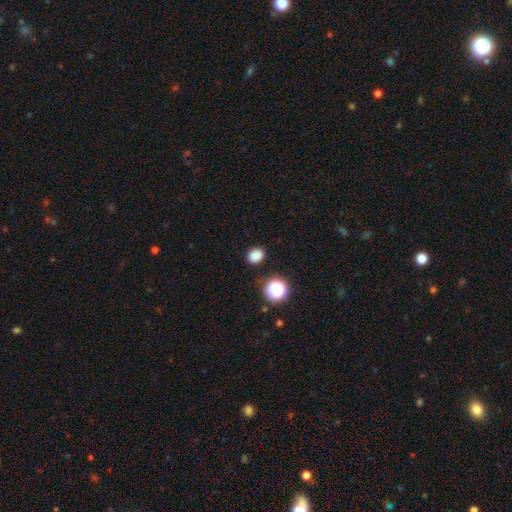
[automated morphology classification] type=smooth (82%); roundness=round (64%); merging=none (87%).